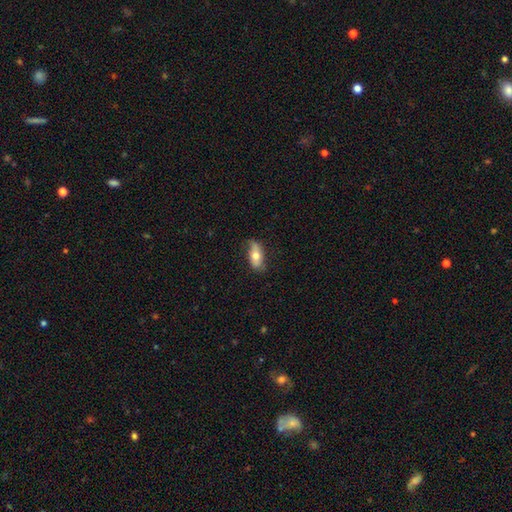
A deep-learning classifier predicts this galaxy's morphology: The model was most divided on "smooth or featured": smooth: 64%, featured or disk: 30%, star or artifact: 6%. More confident: how rounded — in between (80%); merging — none (73%).